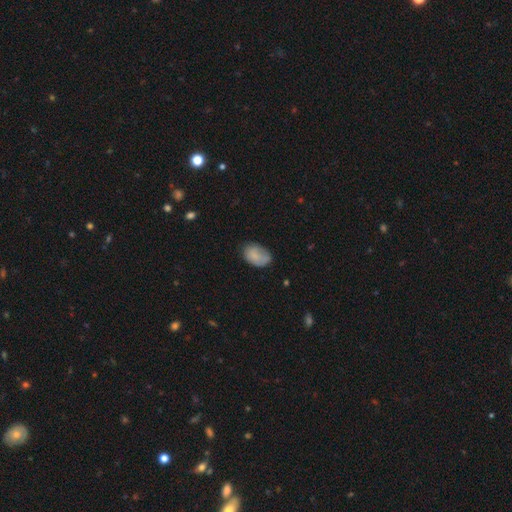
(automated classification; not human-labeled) Overall: smooth (80%). How rounded: in between (85%). Merging: none (62%; minor disturbance 28%).